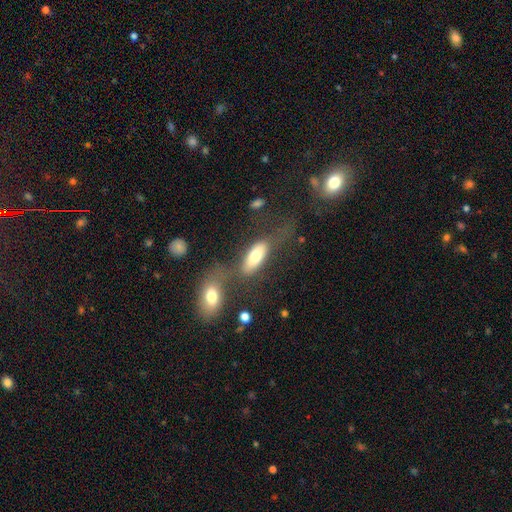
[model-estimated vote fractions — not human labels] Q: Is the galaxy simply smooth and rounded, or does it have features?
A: smooth — 70%.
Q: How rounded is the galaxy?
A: in between — 81%.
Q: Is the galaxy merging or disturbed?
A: none — 41%.